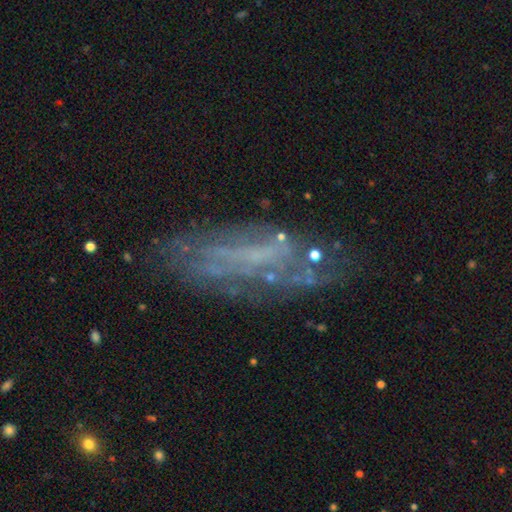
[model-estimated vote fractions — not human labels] Smooth or featured? Predicted: featured or disk (p=0.64). Edge-on disk? Predicted: no (p=0.85). Bar? Predicted: no (p=0.70). Spiral arms? Predicted: no (p=0.59). Bulge size? Predicted: none (p=0.69). Merging? Predicted: none (p=0.62).